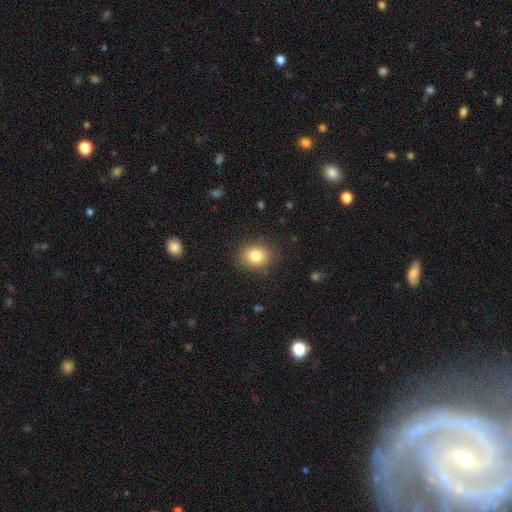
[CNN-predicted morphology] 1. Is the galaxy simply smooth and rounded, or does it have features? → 81% smooth, 10% star or artifact, 9% featured or disk.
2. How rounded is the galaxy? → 64% round, 35% in between, 1% cigar-shaped.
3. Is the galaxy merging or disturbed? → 87% none, 9% minor disturbance, 3% major disturbance, 1% merger.